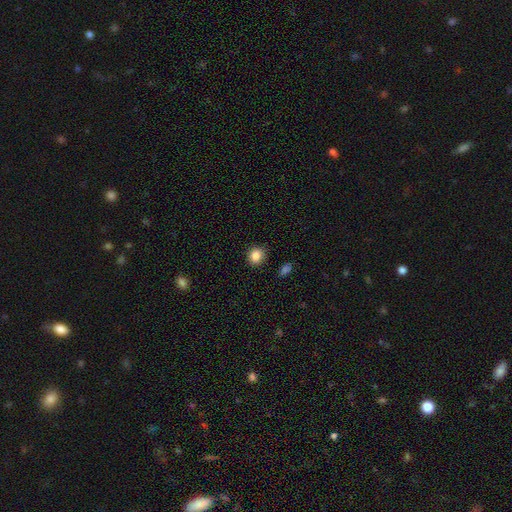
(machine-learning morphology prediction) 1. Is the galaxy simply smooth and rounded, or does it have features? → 85% smooth, 10% star or artifact, 5% featured or disk.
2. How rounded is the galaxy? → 76% round, 23% in between, 1% cigar-shaped.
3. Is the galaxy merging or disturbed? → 89% none, 8% minor disturbance, 2% major disturbance, 1% merger.